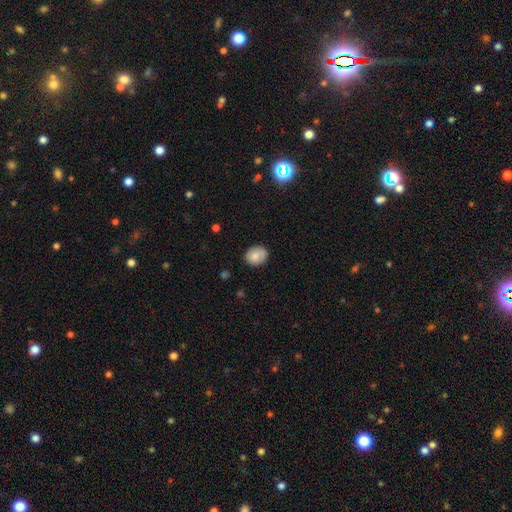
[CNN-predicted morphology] smooth-or-featured: smooth: 76% | featured or disk: 16% | star or artifact: 8%
  how-rounded: round: 63% | in between: 36% | cigar-shaped: 1%
  merging: none: 79% | minor disturbance: 16% | major disturbance: 3% | merger: 1%